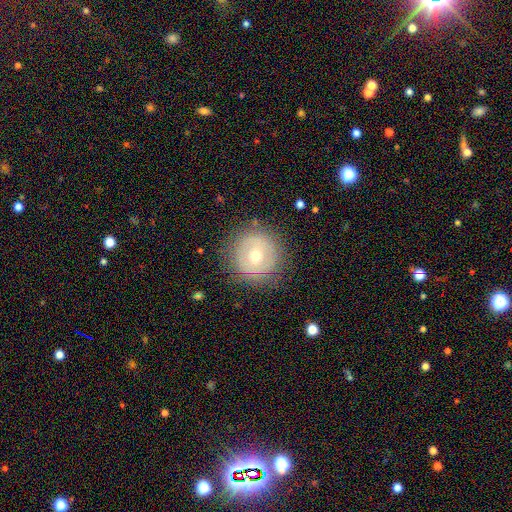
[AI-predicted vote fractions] smooth 49%, featured or disk 43%, star or artifact 8%. Down the decision tree: merging — none (84%).